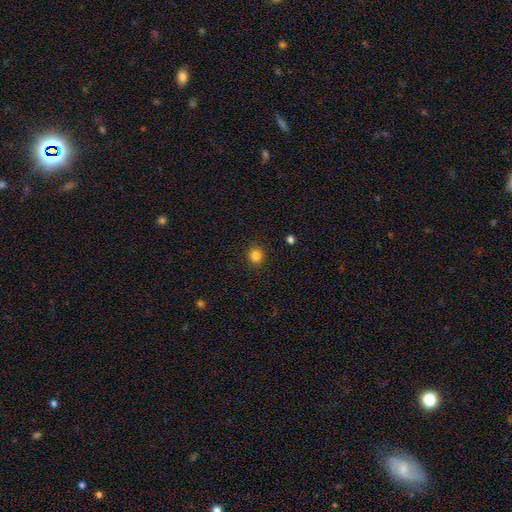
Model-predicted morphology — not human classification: The model was most divided on "smooth or featured": smooth: 83%, star or artifact: 12%, featured or disk: 4%. More confident: how rounded — round (90%); merging — none (90%).